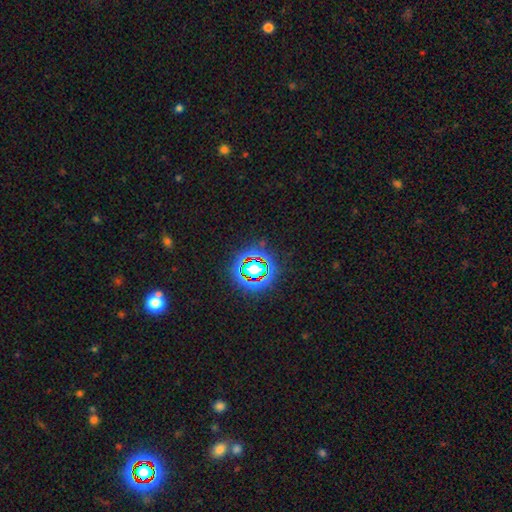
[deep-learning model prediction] smooth_or_featured: star or artifact (p=0.79) [alt: smooth p=0.13]